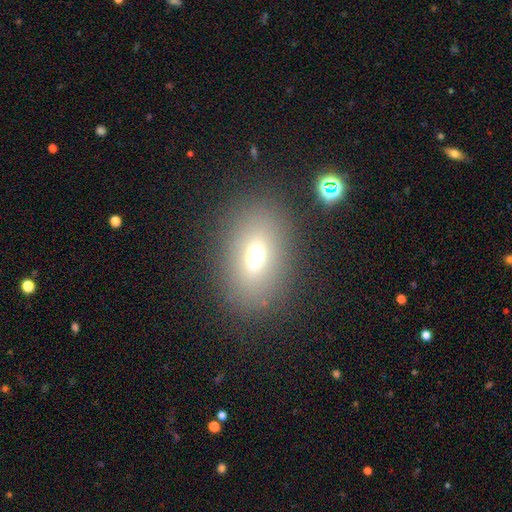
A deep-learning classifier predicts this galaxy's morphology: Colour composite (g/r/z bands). It shows a smooth galaxy with no disk features (66%) that is in between round and cigar-shaped (82%). Merging: none (84%).